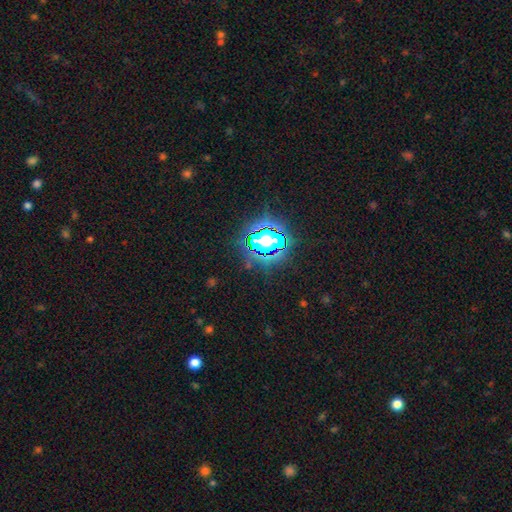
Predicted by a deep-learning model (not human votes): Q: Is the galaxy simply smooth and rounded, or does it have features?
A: star or artifact — 81%.